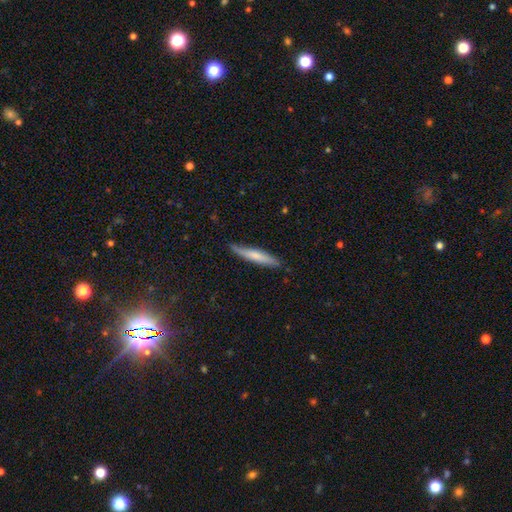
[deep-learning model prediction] Overall: smooth (66%; featured or disk 29%). How rounded: cigar-shaped (92%). Merging: none (81%).